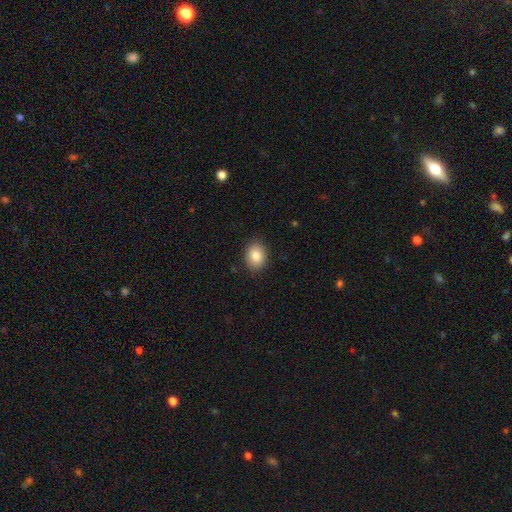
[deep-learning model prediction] Overall: smooth (84%). How rounded: in between (57%; round 42%). Merging: none (87%).